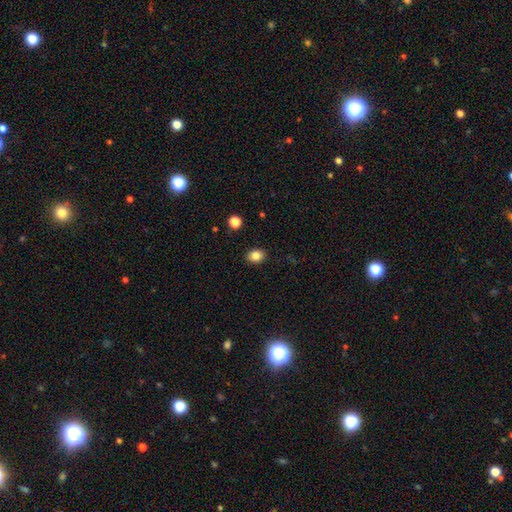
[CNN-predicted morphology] Overall: smooth (84%). How rounded: in between (57%; round 42%). Merging: none (90%).